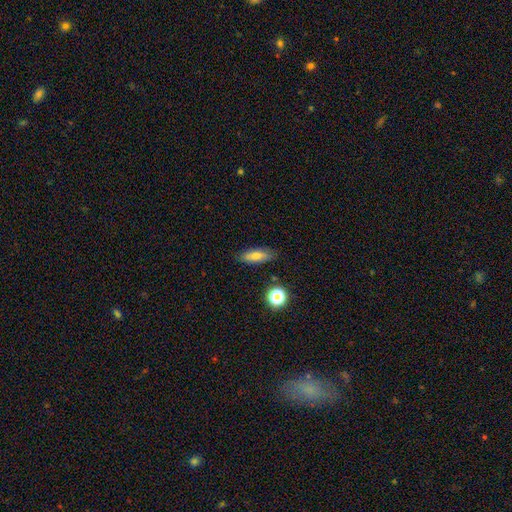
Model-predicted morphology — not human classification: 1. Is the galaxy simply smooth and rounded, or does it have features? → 75% smooth, 16% featured or disk, 10% star or artifact.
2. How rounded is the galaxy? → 58% in between, 37% cigar-shaped, 4% round.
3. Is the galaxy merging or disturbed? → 84% none, 11% minor disturbance, 3% major disturbance, 2% merger.